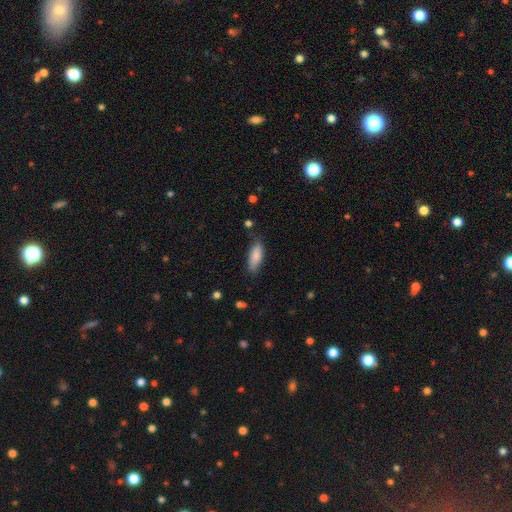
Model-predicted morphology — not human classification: smooth-or-featured: smooth: 86% | featured or disk: 8% | star or artifact: 6%
  how-rounded: in between: 73% | cigar-shaped: 25% | round: 2%
  merging: none: 76% | minor disturbance: 19% | major disturbance: 4% | merger: 2%